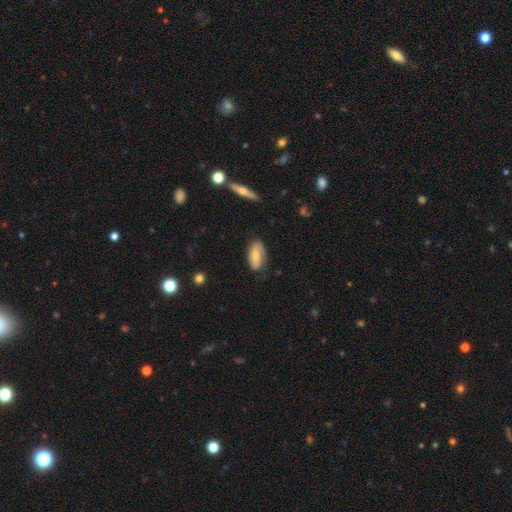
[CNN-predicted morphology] The model was most divided on "smooth or featured": smooth: 53%, featured or disk: 40%, star or artifact: 7%. More confident: how rounded — in between (88%); merging — none (71%).